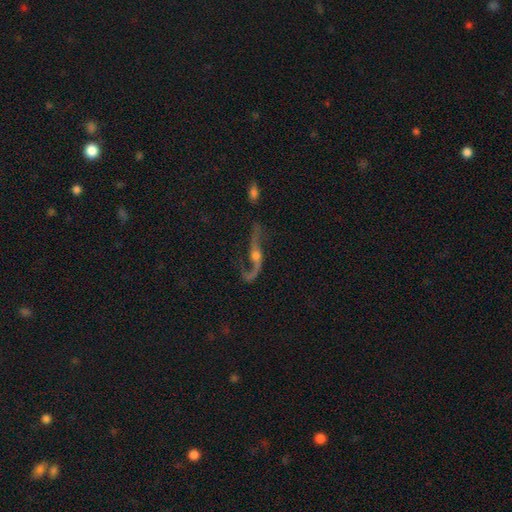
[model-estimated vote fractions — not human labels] smooth_or_featured: featured or disk (p=0.83) [alt: star or artifact p=0.10]
disk_edge_on: no (p=0.81) [alt: yes p=0.19]
bar: no (p=0.49) [alt: weak p=0.31]
has_spiral_arms: yes (p=0.93) [alt: no p=0.07]
spiral_winding: loose (p=0.83) [alt: medium p=0.12]
spiral_arm_count: 2 (p=0.91) [alt: 1 p=0.04]
bulge_size: moderate (p=0.49) [alt: small p=0.37]
merging: none (p=0.63) [alt: major disturbance p=0.16]